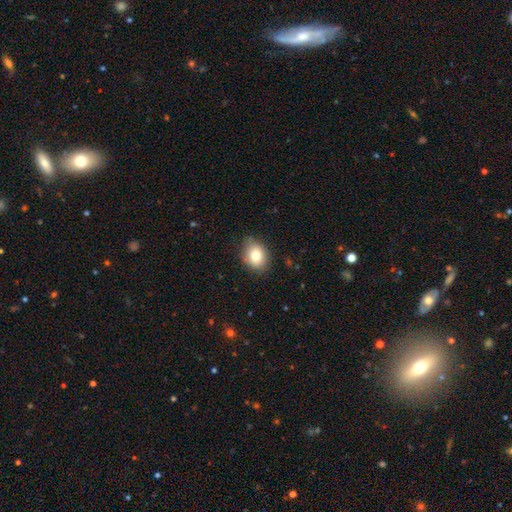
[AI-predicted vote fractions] Smooth or featured?
  - smooth: 81% *
  - featured or disk: 11%
  - star or artifact: 8%
How rounded?
  - in between: 65% *
  - round: 34%
  - cigar-shaped: 1%
Merging?
  - none: 78% *
  - minor disturbance: 17%
  - major disturbance: 3%
  - merger: 1%